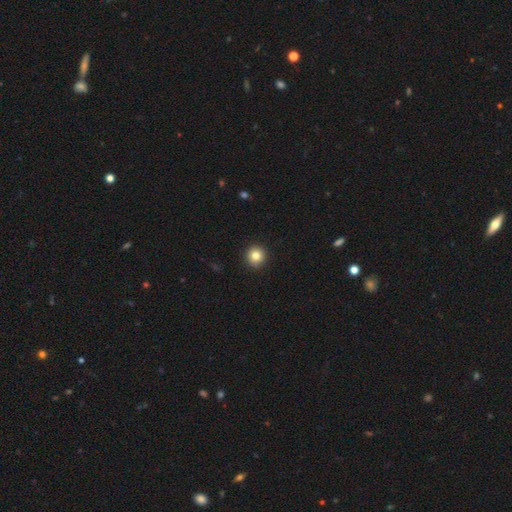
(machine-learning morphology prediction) smooth-or-featured: smooth: 82% | star or artifact: 10% | featured or disk: 7%
  how-rounded: round: 95% | in between: 4% | cigar-shaped: 1%
  merging: none: 93% | minor disturbance: 5% | major disturbance: 2% | merger: 1%